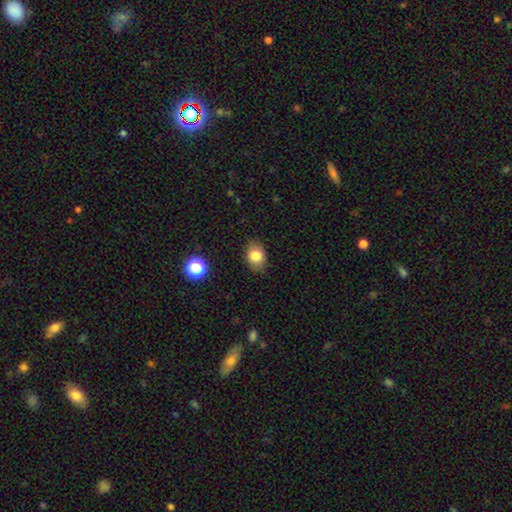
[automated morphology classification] Q: Smooth or featured?
A: smooth (82%); runner-up: star or artifact (10%)
Q: How rounded?
A: in between (68%); runner-up: round (31%)
Q: Merging?
A: none (83%); runner-up: minor disturbance (13%)